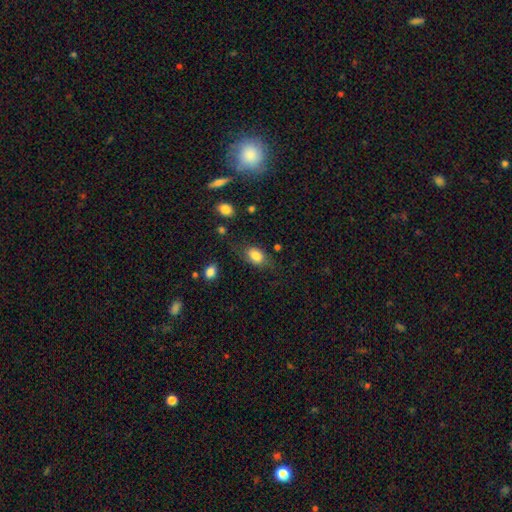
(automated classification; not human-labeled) A smooth galaxy with no disk features (79%) that is in between round and cigar-shaped (79%).

Vote fractions:
- Smooth or featured? smooth: 79% / featured or disk: 12% / star or artifact: 8%
- How rounded? in between: 79% / round: 19% / cigar-shaped: 2%
- Merging? none: 64% / minor disturbance: 22% / major disturbance: 11% / merger: 3%